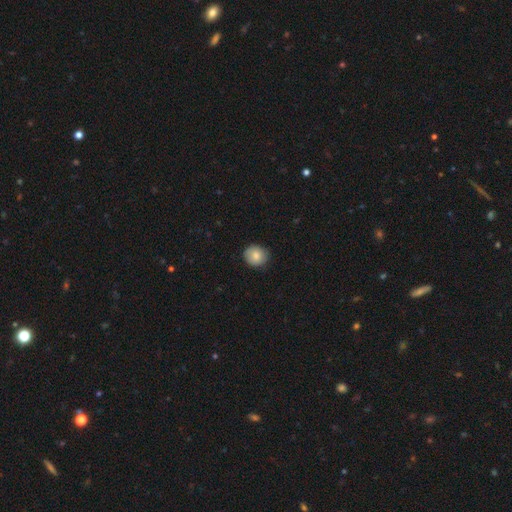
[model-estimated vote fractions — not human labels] smooth-or-featured: smooth: 83% | featured or disk: 9% | star or artifact: 8%
  how-rounded: round: 83% | in between: 16% | cigar-shaped: 1%
  merging: none: 84% | minor disturbance: 13% | major disturbance: 2% | merger: 1%